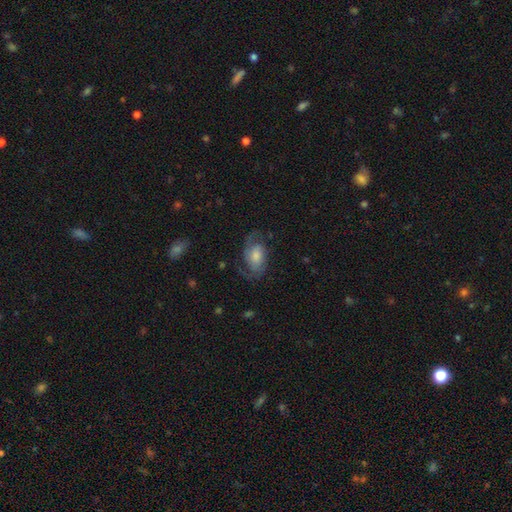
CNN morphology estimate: This appears to be a featured or disk galaxy (65%) with no bar (61%), 2 (79%) medium (47%) spiral arms (91%) and a moderate central bulge (36%). Merging: none (61%).